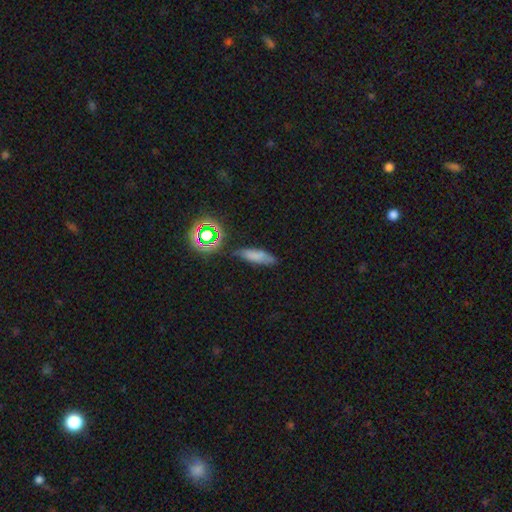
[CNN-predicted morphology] smooth-or-featured: smooth: 69% | star or artifact: 17% | featured or disk: 14%
  how-rounded: cigar-shaped: 55% | in between: 41% | round: 4%
  merging: none: 71% | minor disturbance: 19% | major disturbance: 6% | merger: 4%